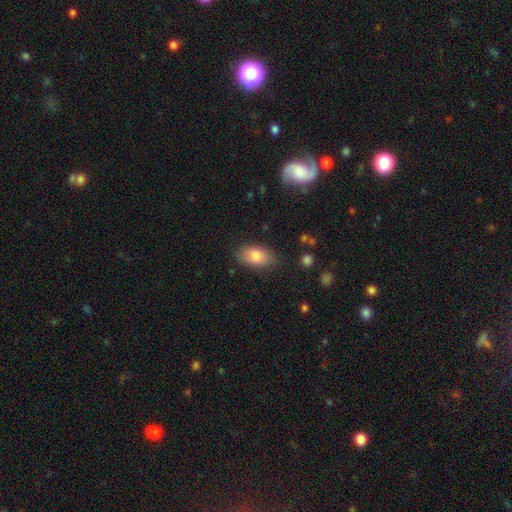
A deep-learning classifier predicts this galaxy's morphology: This appears to be a smooth galaxy with no disk features (80%) that is in between round and cigar-shaped (91%). Merging: none (82%).